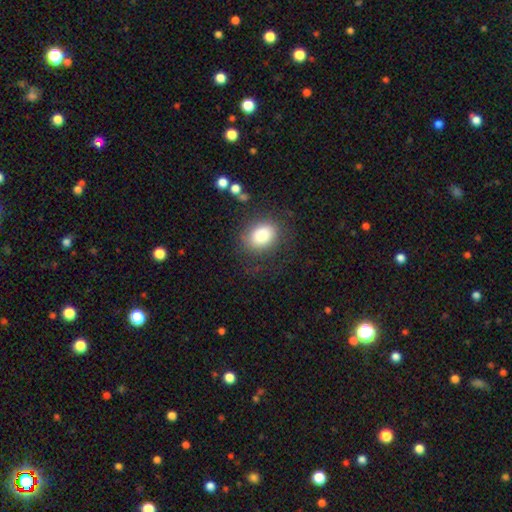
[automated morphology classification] This appears to be a smooth galaxy with no disk features (70%) that is in between round and cigar-shaped (52%). Merging: none (82%).